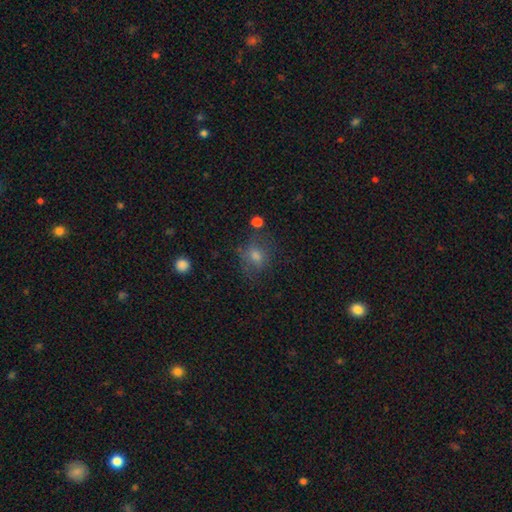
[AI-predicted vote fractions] smooth-or-featured: smooth: 65% | featured or disk: 18% | star or artifact: 18%
  how-rounded: round: 60% | in between: 39% | cigar-shaped: 1%
  merging: none: 65% | minor disturbance: 19% | major disturbance: 11% | merger: 4%